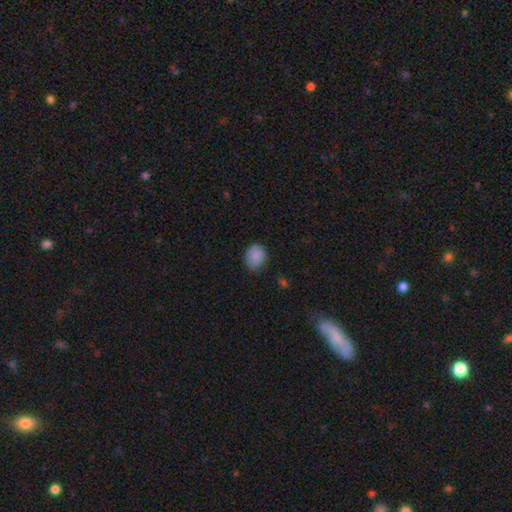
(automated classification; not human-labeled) smooth 86%, star or artifact 9%, featured or disk 5%. Down the decision tree: how rounded — round (57%); merging — none (71%).